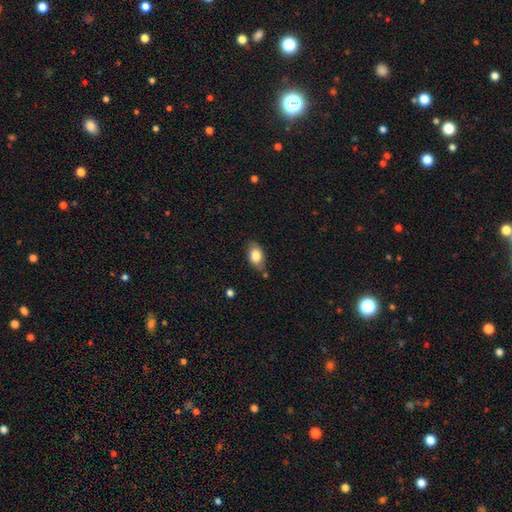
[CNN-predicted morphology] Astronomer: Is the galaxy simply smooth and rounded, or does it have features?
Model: smooth — 81%.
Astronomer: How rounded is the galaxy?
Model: in between — 89%.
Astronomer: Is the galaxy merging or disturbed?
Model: none — 72%.